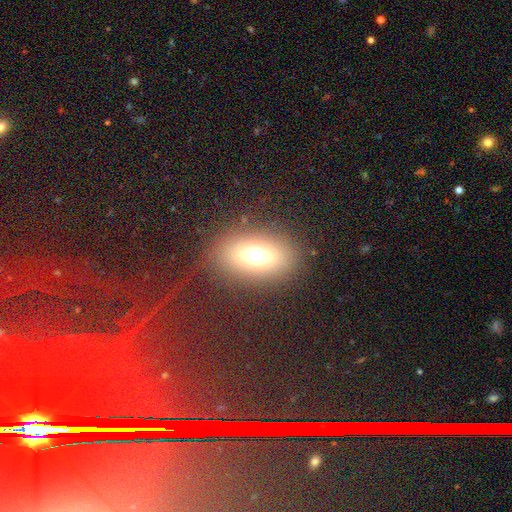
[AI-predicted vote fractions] This is likely a smooth galaxy (64%). How rounded: likely in between (69%). Merging: clearly none (81%).